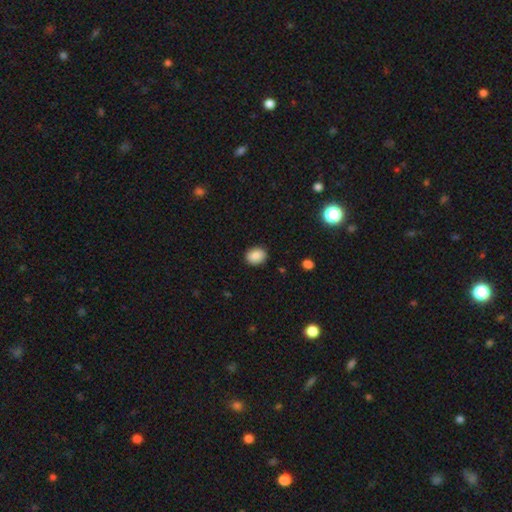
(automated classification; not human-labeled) The model was most divided on "how rounded": round: 50%, in between: 49%, cigar-shaped: 1%. More confident: merging — none (88%); smooth or featured — smooth (87%).